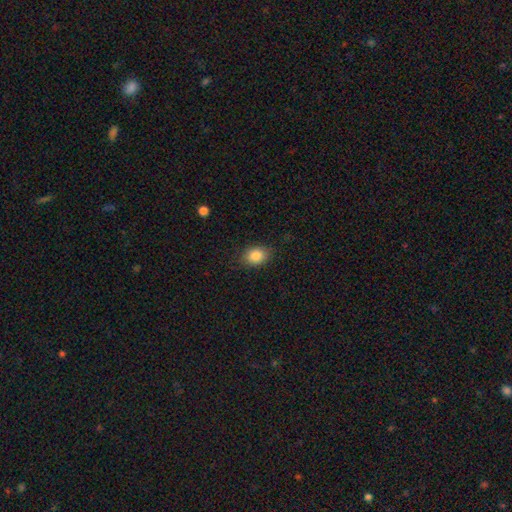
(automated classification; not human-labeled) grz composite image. It shows a smooth galaxy with no disk features (86%) that is in between round and cigar-shaped (68%). Merging: none (84%).